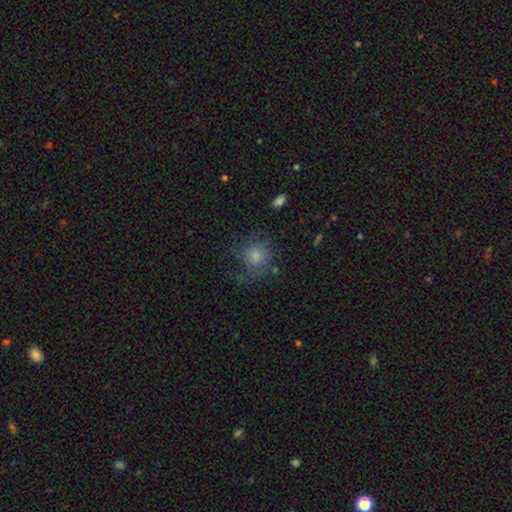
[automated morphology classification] The model was most divided on "smooth or featured": smooth: 51%, featured or disk: 34%, star or artifact: 15%. More confident: how rounded — round (85%); merging — none (59%).